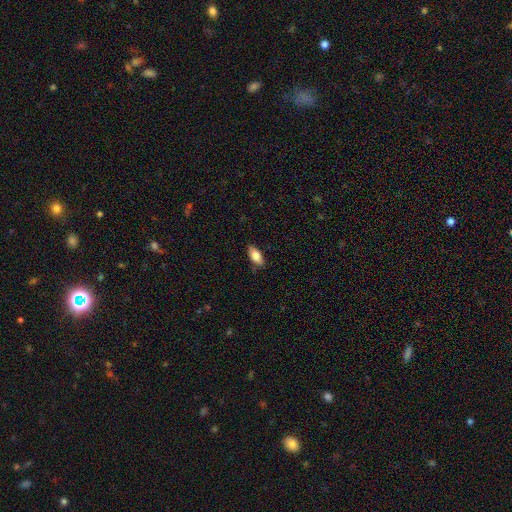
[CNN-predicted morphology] Smooth or featured?
  - smooth: 77% *
  - featured or disk: 16%
  - star or artifact: 7%
How rounded?
  - in between: 86% *
  - cigar-shaped: 12%
  - round: 3%
Merging?
  - none: 84% *
  - minor disturbance: 13%
  - major disturbance: 2%
  - merger: 1%